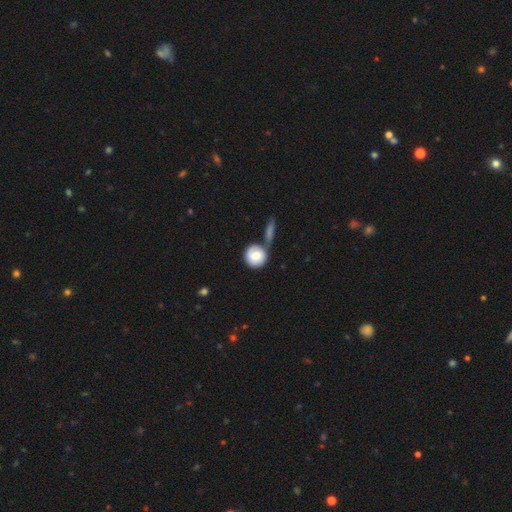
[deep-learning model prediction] Q: Smooth or featured?
A: smooth (76%); runner-up: featured or disk (18%)
Q: How rounded?
A: round (90%); runner-up: in between (9%)
Q: Merging?
A: none (50%); runner-up: merger (29%)